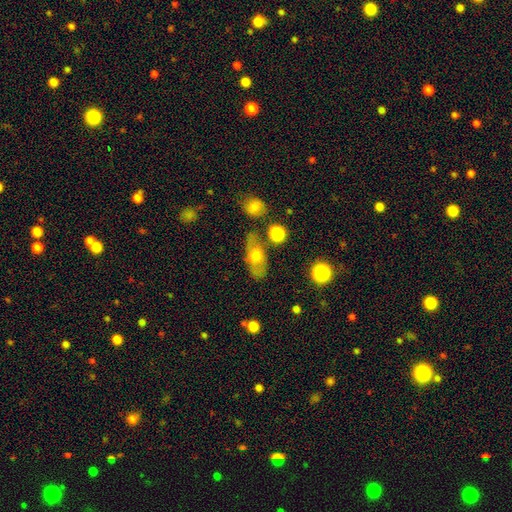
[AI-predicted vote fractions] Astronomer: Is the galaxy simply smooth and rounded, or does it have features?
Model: smooth — 59%.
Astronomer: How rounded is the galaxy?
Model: in between — 79%.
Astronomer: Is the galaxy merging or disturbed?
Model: none — 67%.